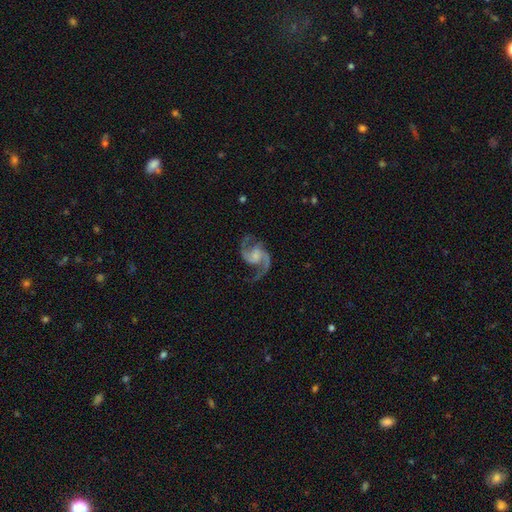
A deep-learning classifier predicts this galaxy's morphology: Overall: featured or disk (93%). Edge-on disk: no (98%). Bar: no (51%; weak 40%). Spiral arms: yes (98%). Spiral arm count: 2 (93%). Spiral winding: medium (55%; loose 36%). Bulge size: small (34%; none 30%). Merging: none (75%).